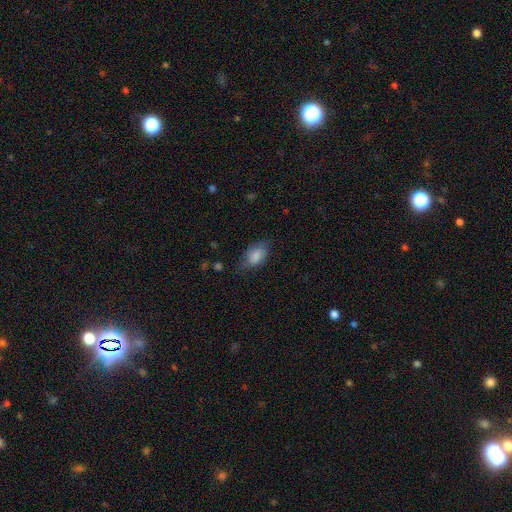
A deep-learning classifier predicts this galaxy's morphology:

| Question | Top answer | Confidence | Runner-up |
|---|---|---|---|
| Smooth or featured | smooth | 84% | featured or disk (9%) |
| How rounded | in between | 90% | round (7%) |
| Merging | none | 65% | minor disturbance (26%) |